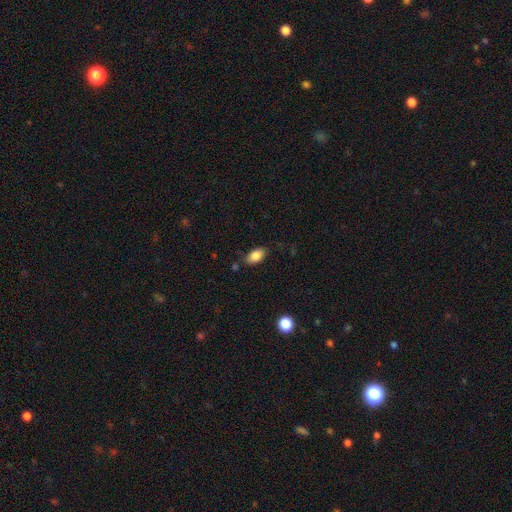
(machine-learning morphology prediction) smooth 84%, star or artifact 8%, featured or disk 8%. Down the decision tree: how rounded — in between (91%); merging — none (78%).